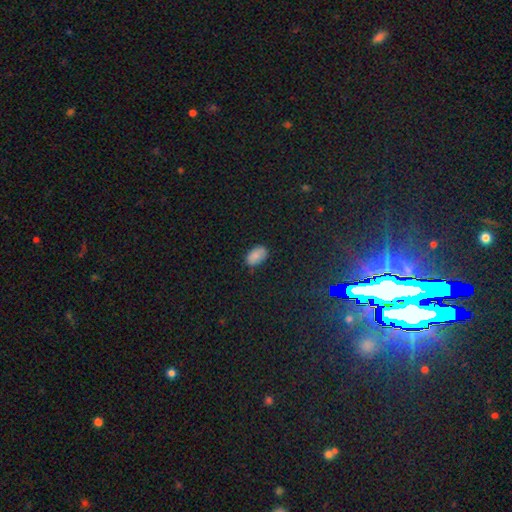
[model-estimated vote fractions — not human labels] Q: Smooth or featured?
A: smooth (85%); runner-up: star or artifact (10%)
Q: How rounded?
A: in between (93%); runner-up: round (5%)
Q: Merging?
A: none (80%); runner-up: minor disturbance (16%)